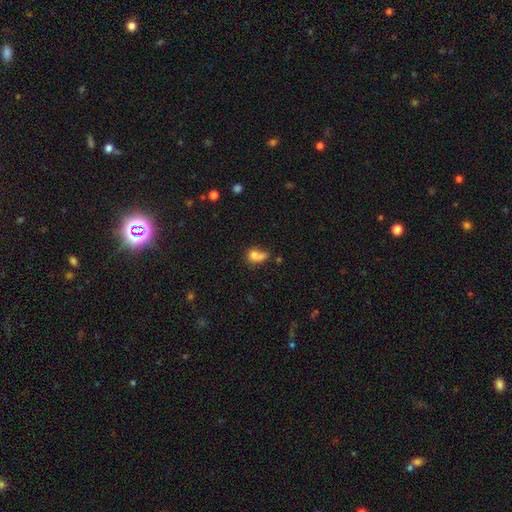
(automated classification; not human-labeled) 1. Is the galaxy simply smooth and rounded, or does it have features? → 73% smooth, 16% featured or disk, 12% star or artifact.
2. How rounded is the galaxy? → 49% in between, 48% round, 4% cigar-shaped.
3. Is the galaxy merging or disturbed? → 44% merger, 26% none, 16% major disturbance, 15% minor disturbance.